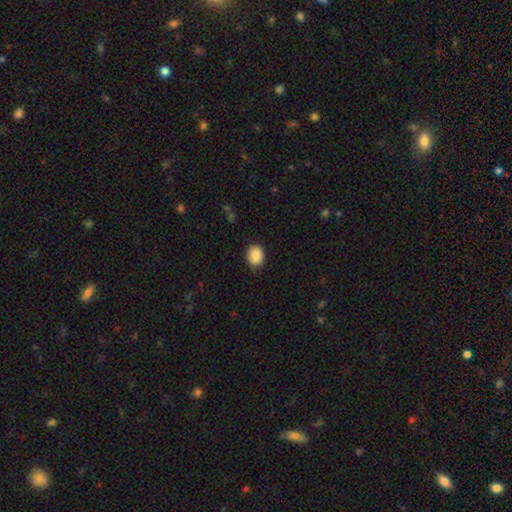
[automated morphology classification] This appears to be a smooth galaxy with no disk features (89%) that is in between round and cigar-shaped (53%). Merging: none (83%).